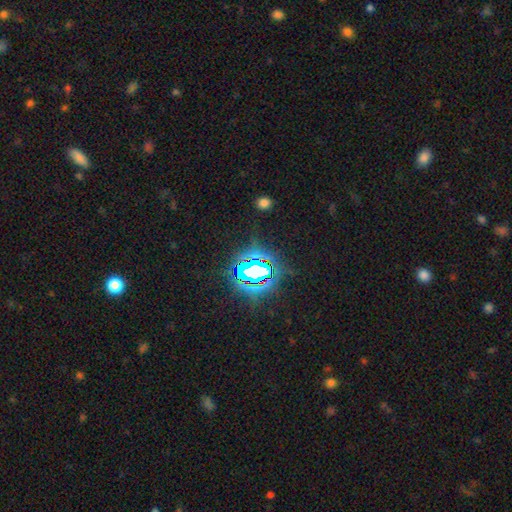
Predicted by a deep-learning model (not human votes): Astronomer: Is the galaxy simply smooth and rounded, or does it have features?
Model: star or artifact — 82%.